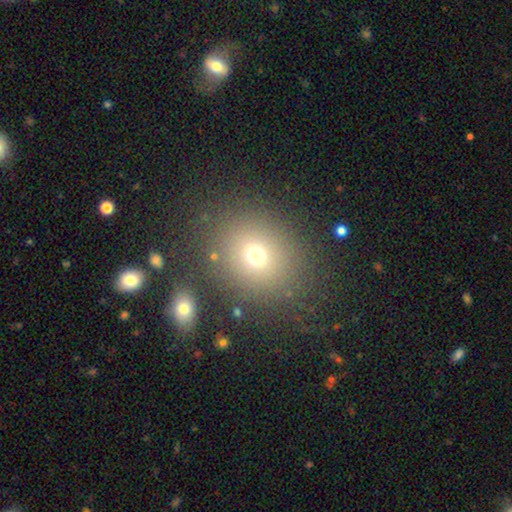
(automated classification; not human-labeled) smooth_or_featured: smooth (p=0.70) [alt: star or artifact p=0.19]
how_rounded: round (p=0.68) [alt: in between p=0.31]
merging: none (p=0.80) [alt: minor disturbance p=0.10]